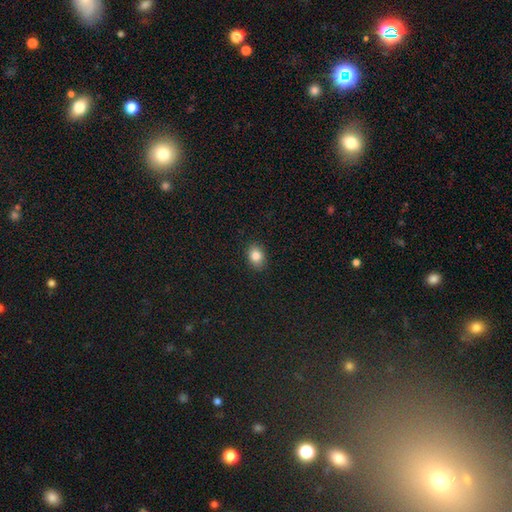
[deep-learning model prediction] Smooth or featured? smooth (84%)
How rounded? in between (63%)
Merging? none (89%)